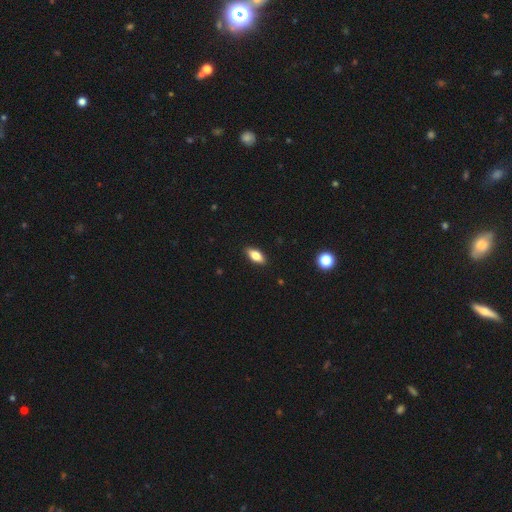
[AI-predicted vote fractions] Morphology: type=smooth (75%); roundness=in between (84%); merging=none (89%).